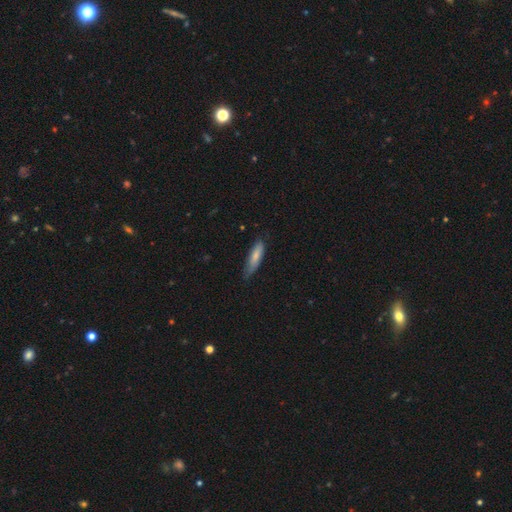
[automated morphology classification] This appears to be a smooth galaxy with no disk features (76%) that is cigar-shaped (65%). Merging: none (63%).